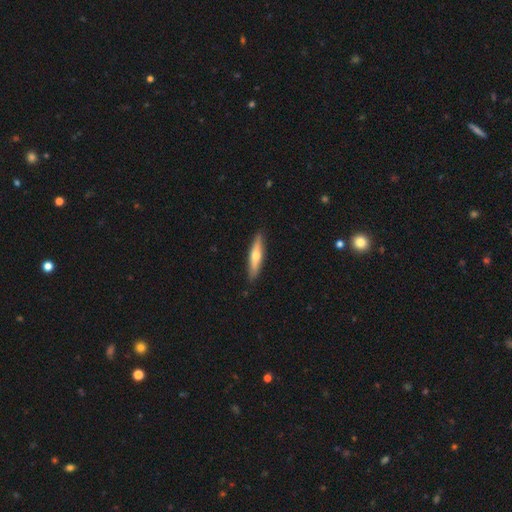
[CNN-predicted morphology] smooth-or-featured: smooth: 50% | featured or disk: 45% | star or artifact: 5%
  merging: none: 89% | minor disturbance: 8% | major disturbance: 2% | merger: 1%